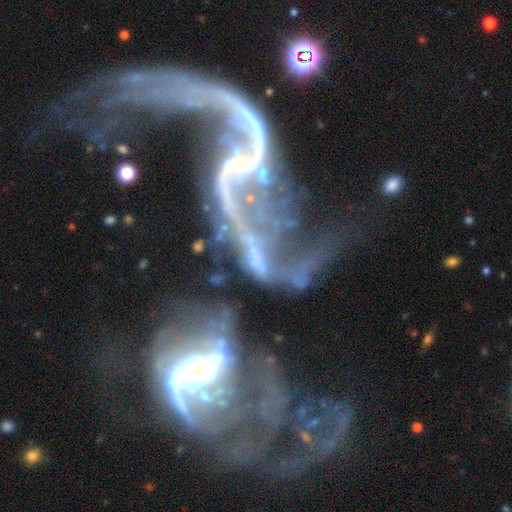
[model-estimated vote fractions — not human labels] Smooth or featured? featured or disk (66%)
Edge-on disk? no (94%)
Bar? no (66%)
Spiral arms? no (54%)
Bulge size? none (54%)
Merging? merger (41%)